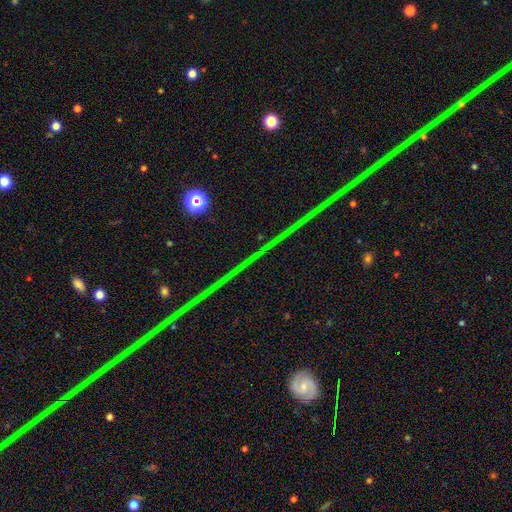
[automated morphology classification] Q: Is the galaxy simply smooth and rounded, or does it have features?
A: star or artifact — 79%.